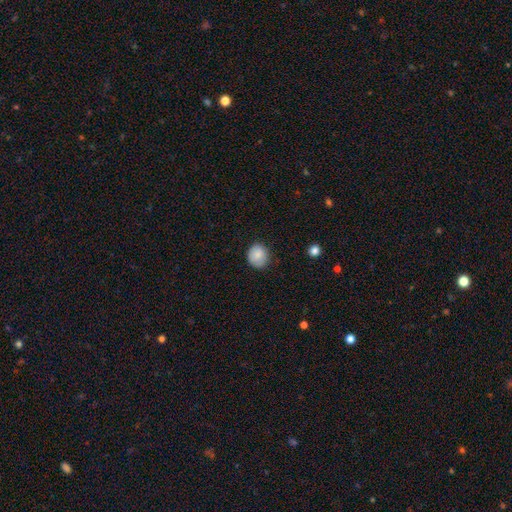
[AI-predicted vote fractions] Q: Smooth or featured?
A: smooth (85%); runner-up: star or artifact (8%)
Q: How rounded?
A: round (75%); runner-up: in between (24%)
Q: Merging?
A: none (79%); runner-up: minor disturbance (17%)